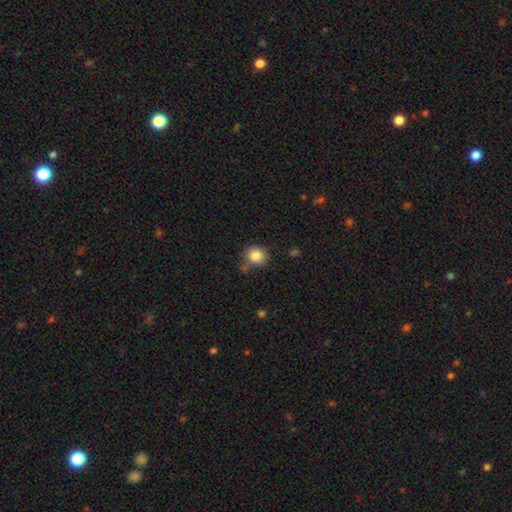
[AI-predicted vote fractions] Morphology: type=smooth (85%); roundness=round (79%); merging=none (73%).